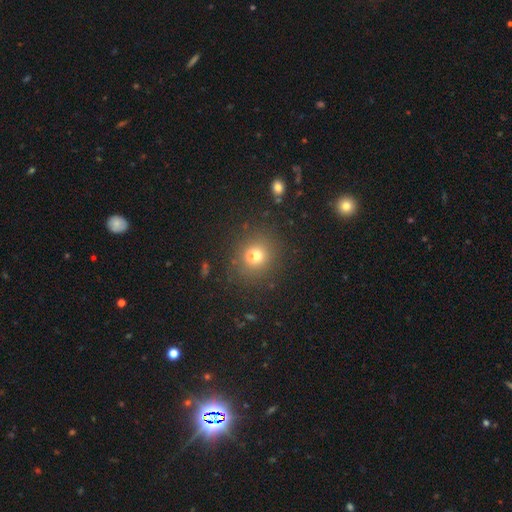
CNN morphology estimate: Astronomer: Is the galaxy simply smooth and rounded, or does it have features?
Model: smooth — 68%.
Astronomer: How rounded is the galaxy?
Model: round — 75%.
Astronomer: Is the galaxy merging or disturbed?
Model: none — 58%.